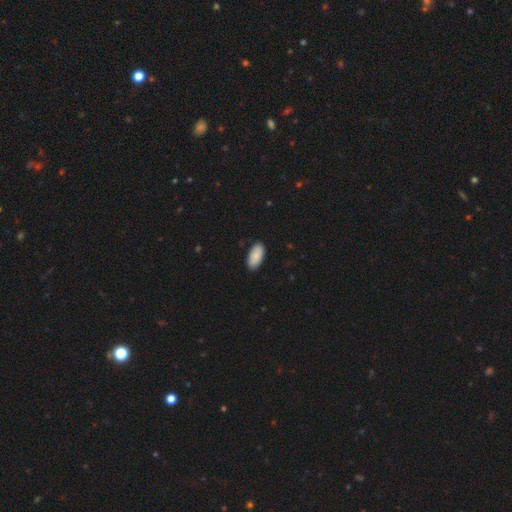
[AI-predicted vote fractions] Overall: smooth (87%). How rounded: in between (94%). Merging: none (87%).